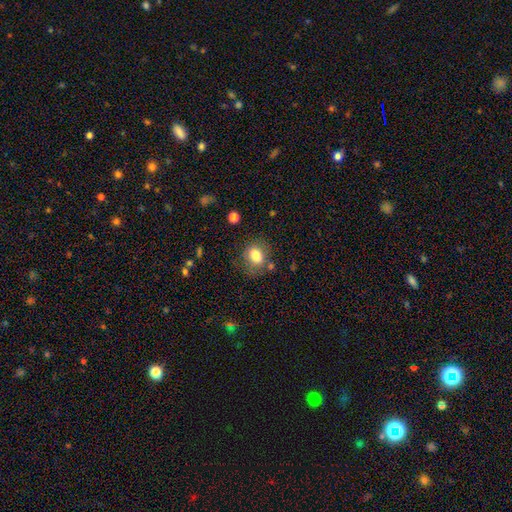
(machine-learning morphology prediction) type=smooth (79%); roundness=in between (53%); merging=none (73%).